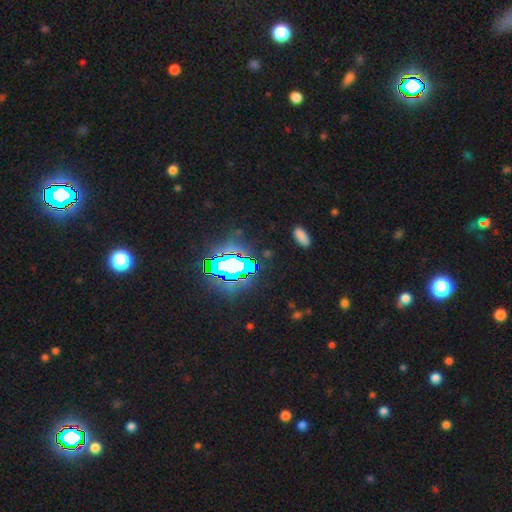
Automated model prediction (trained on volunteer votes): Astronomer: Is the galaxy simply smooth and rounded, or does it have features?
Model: star or artifact — 82%.